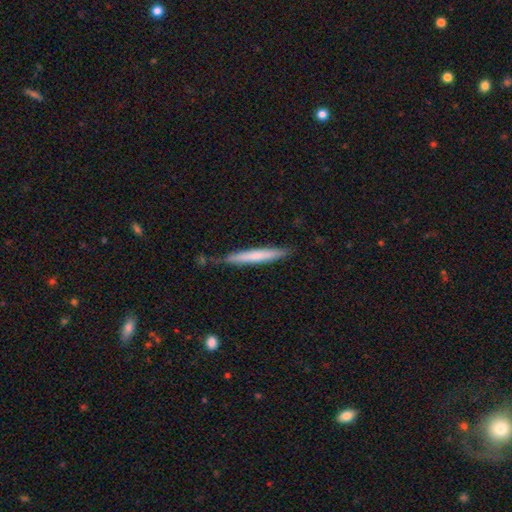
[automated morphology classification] type=smooth (66%); roundness=cigar-shaped (95%); merging=none (78%).